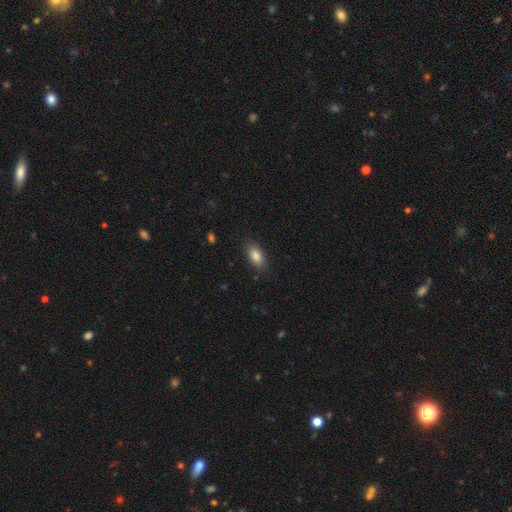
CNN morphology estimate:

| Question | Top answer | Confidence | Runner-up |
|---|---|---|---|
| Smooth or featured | smooth | 85% | featured or disk (8%) |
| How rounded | in between | 90% | round (5%) |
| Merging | none | 85% | minor disturbance (11%) |